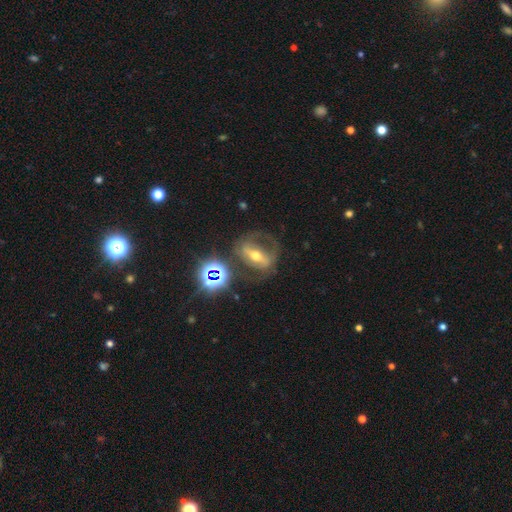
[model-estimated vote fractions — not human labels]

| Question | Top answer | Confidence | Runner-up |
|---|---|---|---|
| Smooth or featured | featured or disk | 68% | smooth (16%) |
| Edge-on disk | no | 89% | yes (11%) |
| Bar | strong | 63% | weak (21%) |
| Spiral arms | yes | 61% | no (39%) |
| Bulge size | moderate | 64% | small (28%) |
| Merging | none | 58% | major disturbance (19%) |